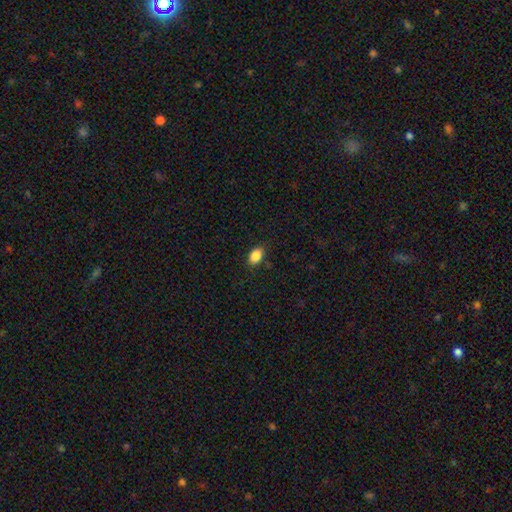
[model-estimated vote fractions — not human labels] Q: Smooth or featured?
A: smooth (87%); runner-up: star or artifact (9%)
Q: How rounded?
A: in between (85%); runner-up: round (13%)
Q: Merging?
A: none (84%); runner-up: minor disturbance (12%)